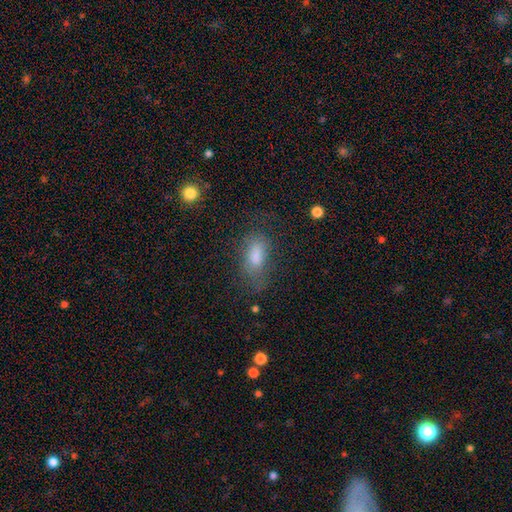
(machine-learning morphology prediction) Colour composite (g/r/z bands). It shows a smooth galaxy with no disk features (70%) that is in between round and cigar-shaped (83%). Merging: none (59%).